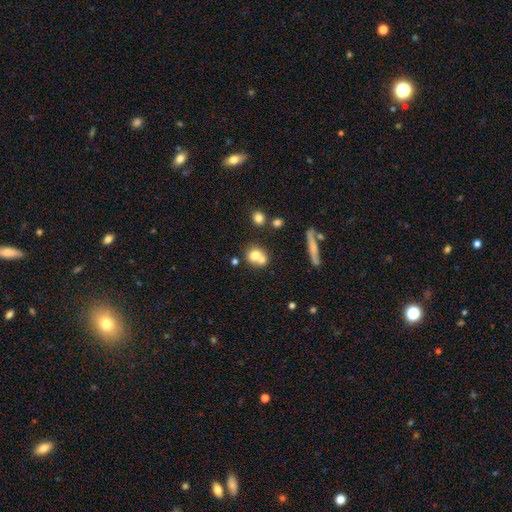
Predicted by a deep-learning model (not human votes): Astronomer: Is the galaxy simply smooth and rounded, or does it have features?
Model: smooth — 70%.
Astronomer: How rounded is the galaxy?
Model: round — 78%.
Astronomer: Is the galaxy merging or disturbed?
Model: merger — 52% (runner-up: none, 37%).